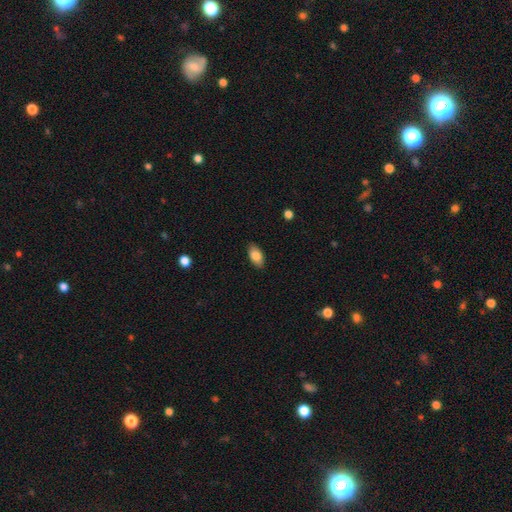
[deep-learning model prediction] A smooth galaxy with no disk features (84%) that is in between round and cigar-shaped (92%). Merging: none (88%).